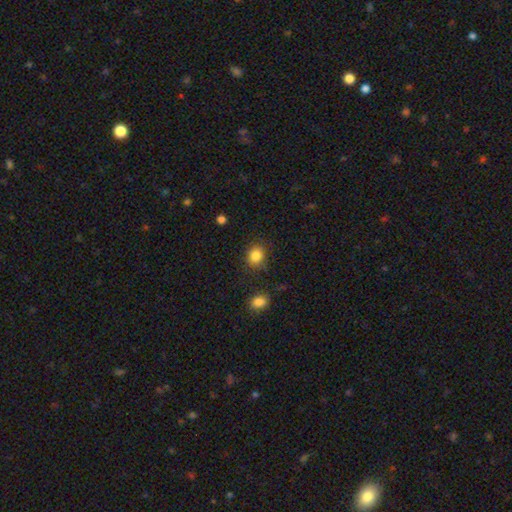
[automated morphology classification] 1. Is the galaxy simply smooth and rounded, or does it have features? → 85% smooth, 10% star or artifact, 5% featured or disk.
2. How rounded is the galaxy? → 73% round, 26% in between, 1% cigar-shaped.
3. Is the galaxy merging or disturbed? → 83% none, 11% minor disturbance, 3% major disturbance, 3% merger.